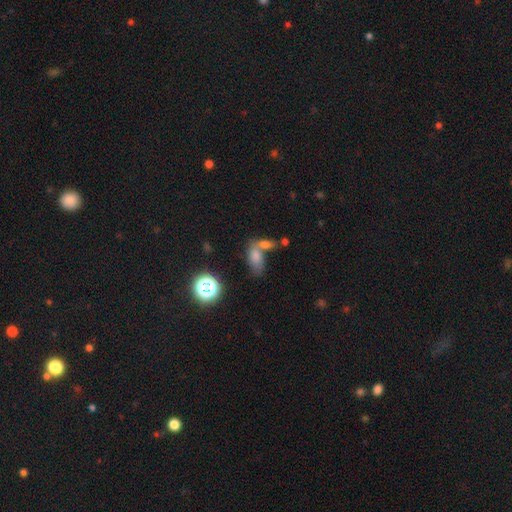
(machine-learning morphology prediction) Smooth or featured? Predicted: smooth (p=0.71). How rounded? Predicted: in between (p=0.85). Merging? Predicted: merger (p=0.54).